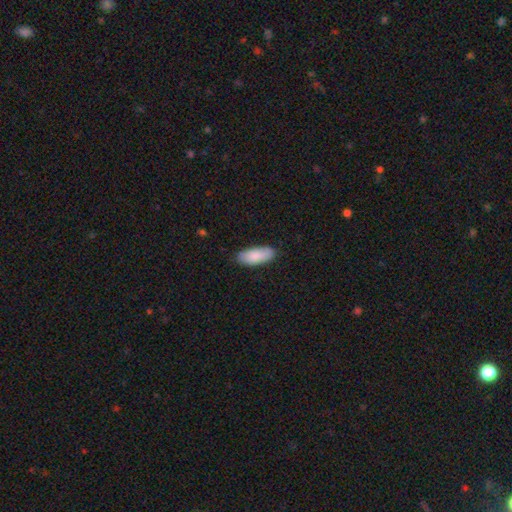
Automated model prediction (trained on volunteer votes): This is clearly a smooth galaxy (86%). How rounded: clearly in between (82%). Merging: clearly none (84%).